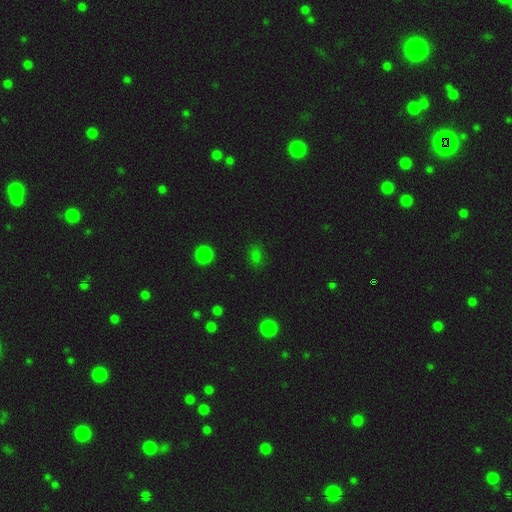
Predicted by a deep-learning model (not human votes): Smooth or featured: smooth — 71% (star or artifact — 24%)
How rounded: in between — 66% (round — 31%)
Merging: none — 81% (minor disturbance — 12%)